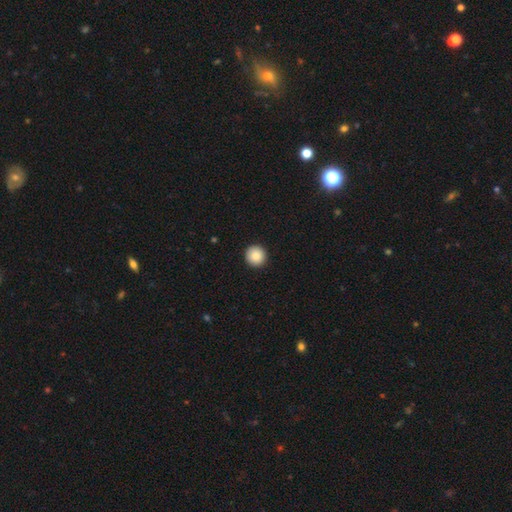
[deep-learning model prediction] Smooth or featured?
  - smooth: 88% *
  - star or artifact: 8%
  - featured or disk: 4%
How rounded?
  - round: 96% *
  - in between: 3%
  - cigar-shaped: 1%
Merging?
  - none: 93% *
  - minor disturbance: 4%
  - major disturbance: 1%
  - merger: 1%